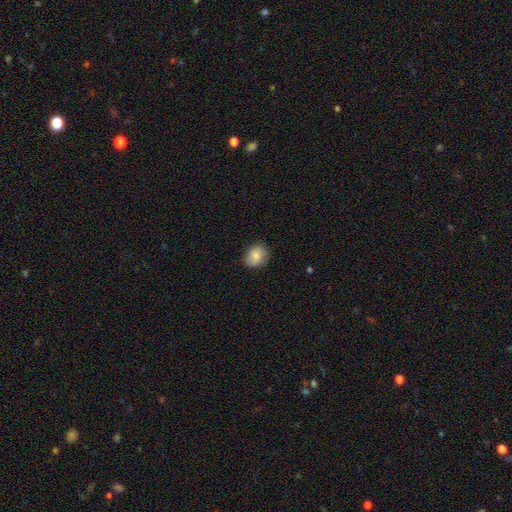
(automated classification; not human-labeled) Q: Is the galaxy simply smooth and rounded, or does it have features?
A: smooth — 82%.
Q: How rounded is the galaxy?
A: in between — 52%.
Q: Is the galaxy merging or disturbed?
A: none — 79%.